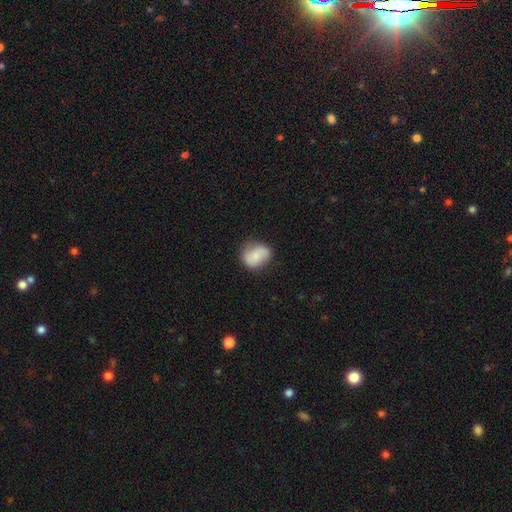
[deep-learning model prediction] smooth-or-featured: smooth: 62% | featured or disk: 31% | star or artifact: 8%
  how-rounded: round: 53% | in between: 46% | cigar-shaped: 1%
  merging: none: 69% | minor disturbance: 23% | major disturbance: 6% | merger: 2%